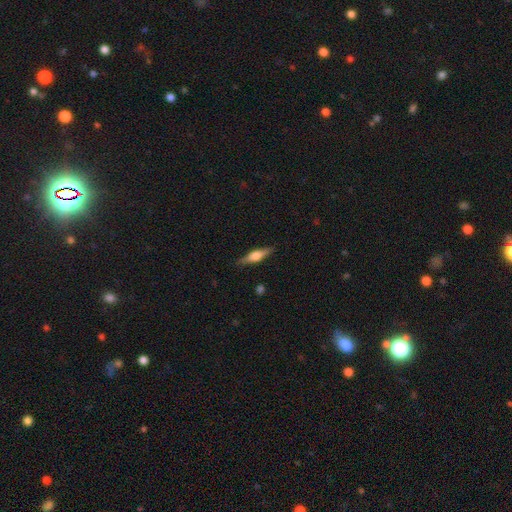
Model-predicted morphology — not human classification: Smooth or featured?
  - featured or disk: 56% *
  - smooth: 38%
  - star or artifact: 6%
Edge-on disk?
  - yes: 95% *
  - no: 5%
Edge-on bulge?
  - rounded: 86% *
  - boxy: 11%
  - none: 3%
Merging?
  - none: 86% *
  - minor disturbance: 10%
  - major disturbance: 2%
  - merger: 1%